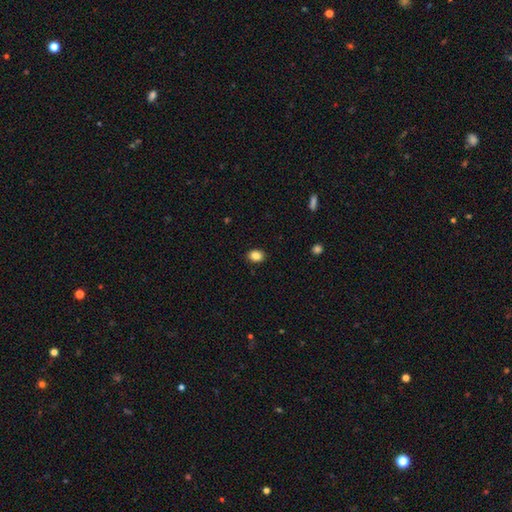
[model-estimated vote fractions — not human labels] This is clearly a smooth galaxy (86%). How rounded: likely in between (61%). Merging: clearly none (89%).